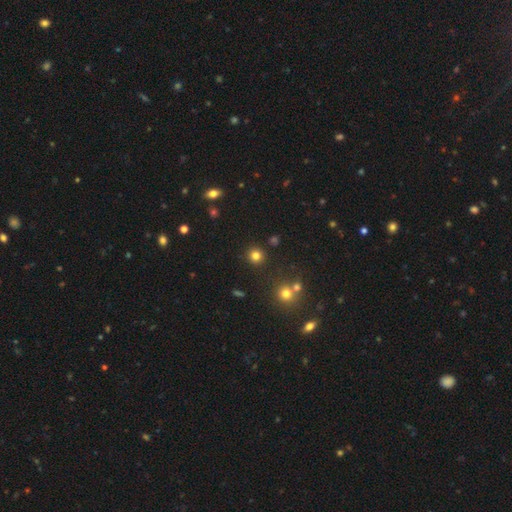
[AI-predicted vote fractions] Smooth or featured? smooth (80%)
How rounded? round (93%)
Merging? none (88%)